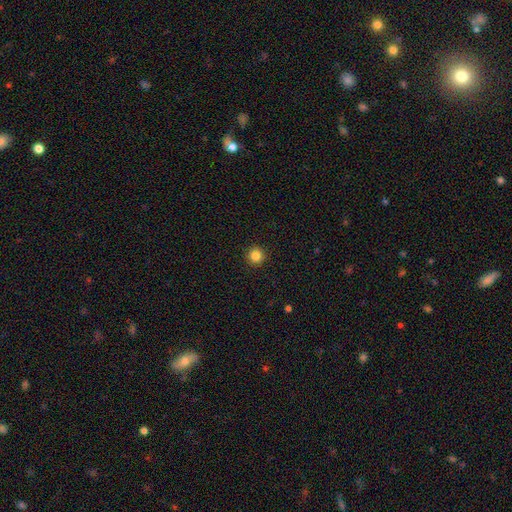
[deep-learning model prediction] A smooth galaxy with no disk features (84%) that is round (96%).

Vote fractions:
- Smooth or featured? smooth: 84% / star or artifact: 11% / featured or disk: 4%
- How rounded? round: 96% / in between: 3% / cigar-shaped: 1%
- Merging? none: 93% / minor disturbance: 4% / major disturbance: 2% / merger: 1%